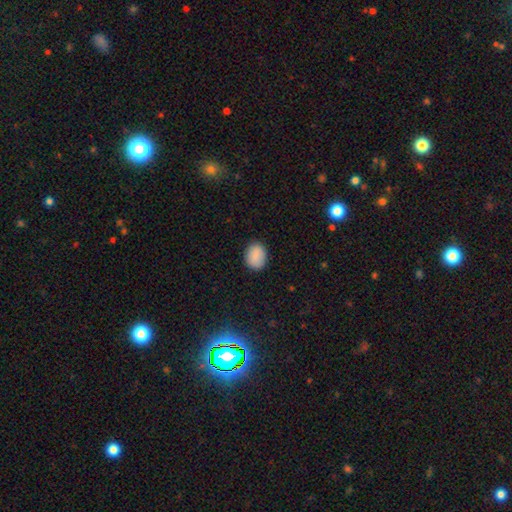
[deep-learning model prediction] smooth_or_featured: smooth (p=0.89) [alt: star or artifact p=0.08]
how_rounded: in between (p=0.58) [alt: round p=0.41]
merging: none (p=0.87) [alt: minor disturbance p=0.10]